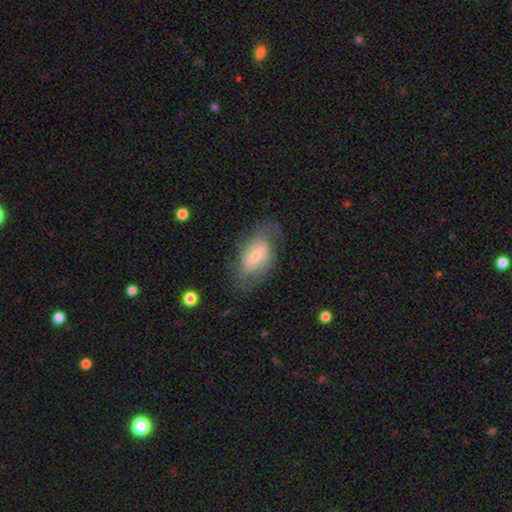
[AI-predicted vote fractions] A featured or disk galaxy (66%) with a weak bar (51%), 2 (57%) medium (44%) spiral arms (81%) and a small central bulge (53%).

Vote fractions:
- Smooth or featured? featured or disk: 66% / smooth: 28% / star or artifact: 7%
- Edge-on disk? no: 95% / yes: 5%
- Bar? weak: 51% / no: 31% / strong: 17%
- Spiral arms? yes: 81% / no: 19%
- Spiral winding? medium: 44% / tight: 34% / loose: 21%
- Spiral arm count? 2: 57% / can't tell: 28% / 3: 6% / 1: 4% / 4: 2% / more than 4: 2%
- Bulge size? small: 53% / moderate: 41% / large: 3% / none: 2% / dominant: 1%
- Merging? none: 61% / minor disturbance: 23% / major disturbance: 14% / merger: 2%